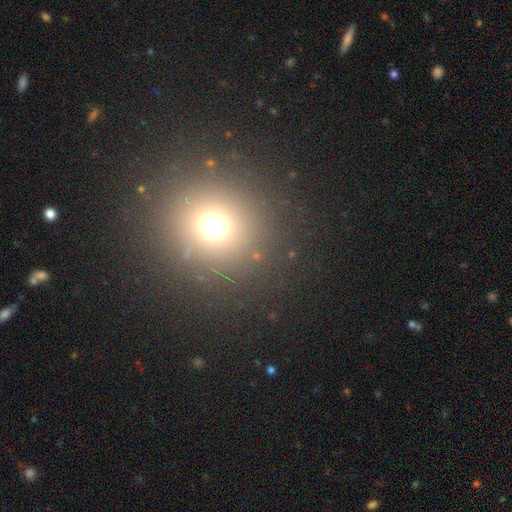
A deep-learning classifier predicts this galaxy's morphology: A smooth galaxy with no disk features (61%) that is round (90%).

Vote fractions:
- Smooth or featured? smooth: 61% / star or artifact: 31% / featured or disk: 8%
- How rounded? round: 90% / in between: 9% / cigar-shaped: 1%
- Merging? none: 86% / minor disturbance: 7% / major disturbance: 4% / merger: 4%